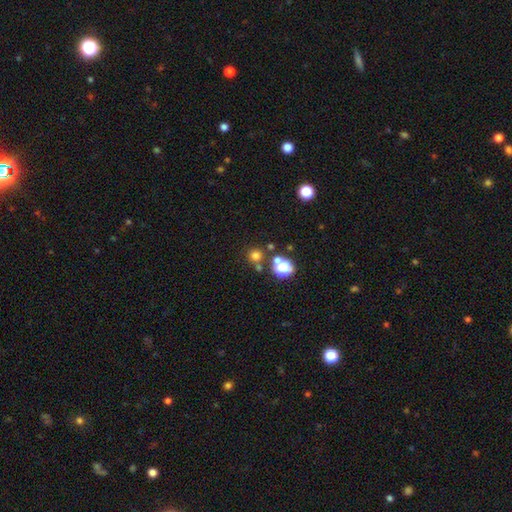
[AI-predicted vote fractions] This appears to be a smooth galaxy with no disk features (70%) that is round (93%). Merging: none (74%).